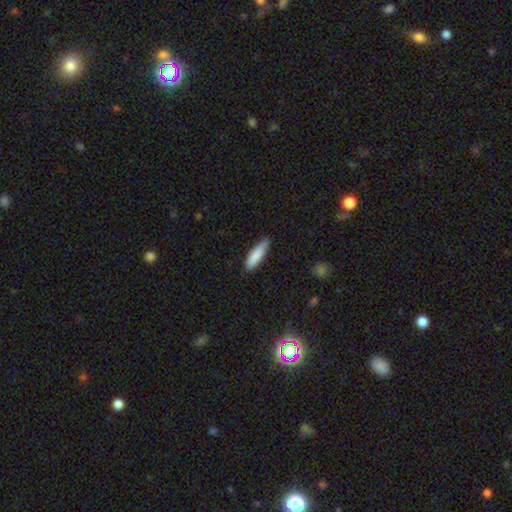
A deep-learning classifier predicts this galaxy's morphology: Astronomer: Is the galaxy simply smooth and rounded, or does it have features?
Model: smooth — 85%.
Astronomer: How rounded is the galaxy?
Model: cigar-shaped — 68%.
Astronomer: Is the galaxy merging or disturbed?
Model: none — 75%.